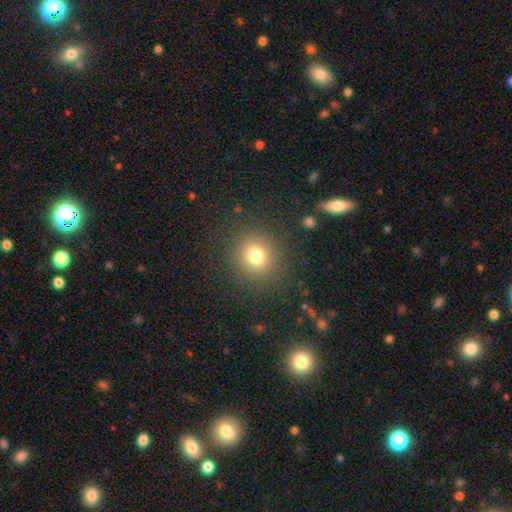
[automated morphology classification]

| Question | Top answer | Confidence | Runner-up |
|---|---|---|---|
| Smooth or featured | smooth | 76% | star or artifact (15%) |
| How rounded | round | 87% | in between (12%) |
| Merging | none | 87% | minor disturbance (7%) |